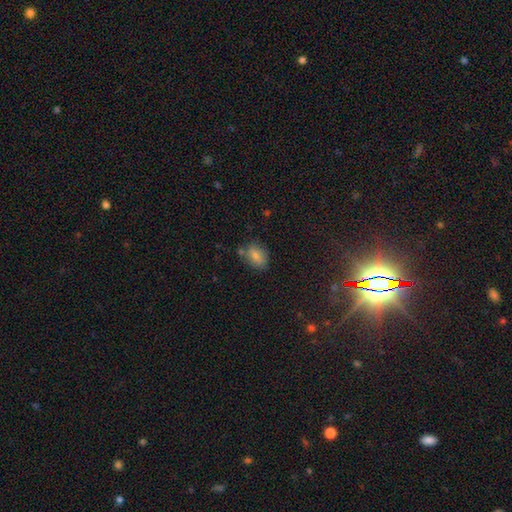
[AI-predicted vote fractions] smooth_or_featured: smooth (p=0.80) [alt: star or artifact p=0.11]
how_rounded: in between (p=0.76) [alt: round p=0.22]
merging: none (p=0.68) [alt: minor disturbance p=0.17]